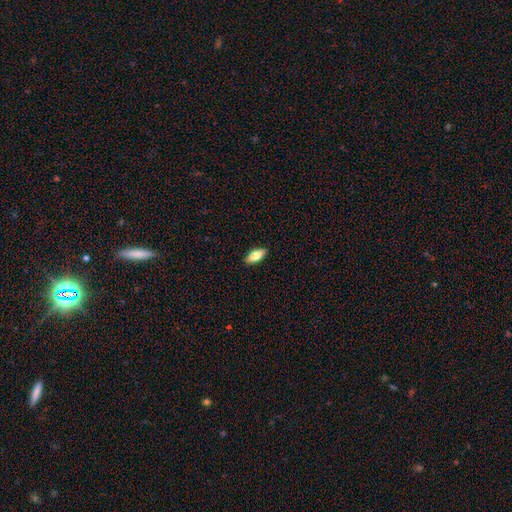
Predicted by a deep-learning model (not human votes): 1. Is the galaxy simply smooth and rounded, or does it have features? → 72% smooth, 21% featured or disk, 7% star or artifact.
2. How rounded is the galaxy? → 82% in between, 15% cigar-shaped, 3% round.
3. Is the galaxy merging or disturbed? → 89% none, 8% minor disturbance, 2% major disturbance, 1% merger.